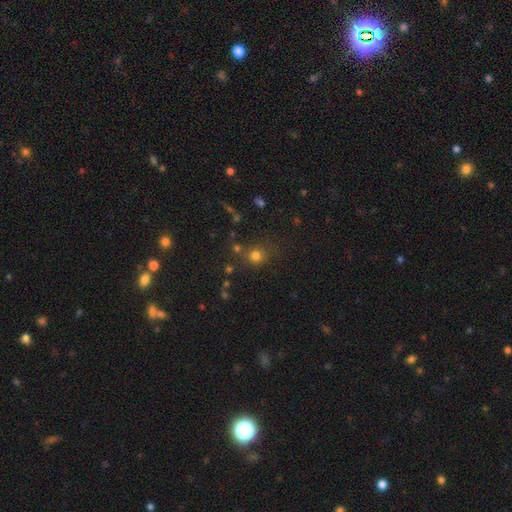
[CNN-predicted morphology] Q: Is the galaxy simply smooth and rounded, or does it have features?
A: smooth — 74%.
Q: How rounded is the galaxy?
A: round — 87%.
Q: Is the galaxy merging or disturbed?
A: none — 74%.